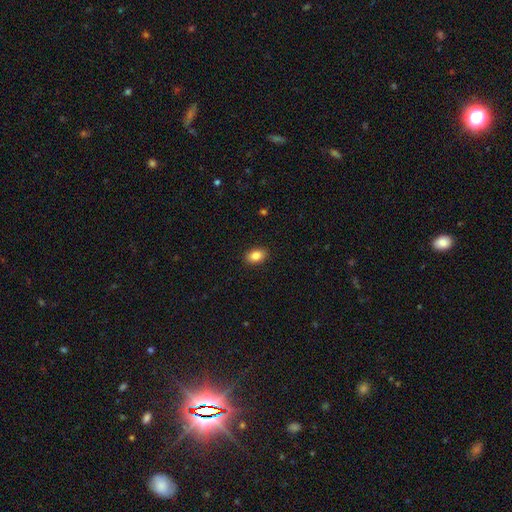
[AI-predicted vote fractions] A smooth galaxy with no disk features (86%) that is in between round and cigar-shaped (85%). Merging: none (90%).